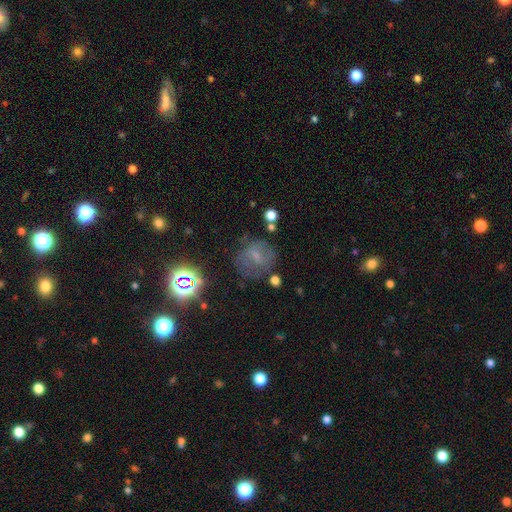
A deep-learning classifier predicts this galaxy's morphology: A smooth galaxy with no disk features (41%). Merging: none (63%).